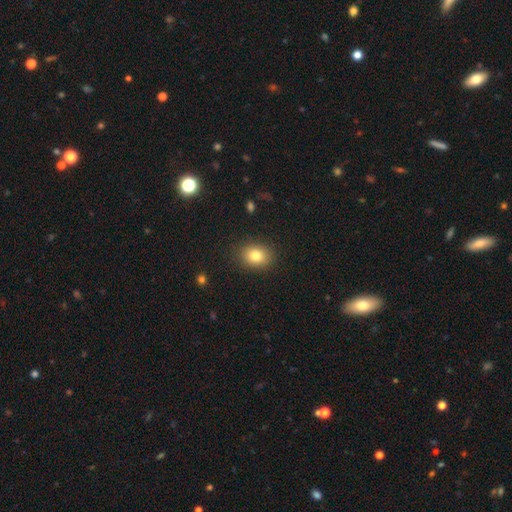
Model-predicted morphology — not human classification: A smooth galaxy with no disk features (81%) that is in between round and cigar-shaped (55%). Merging: none (88%).